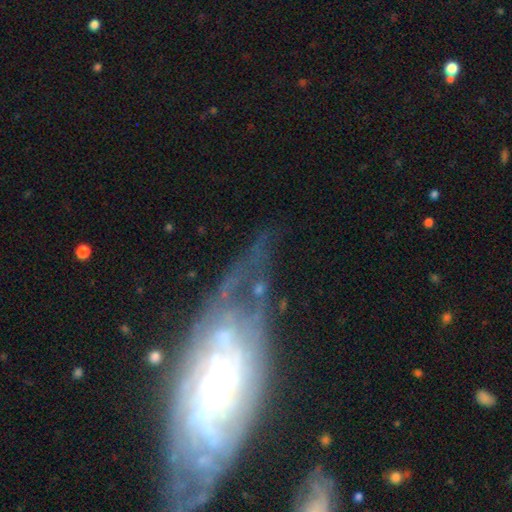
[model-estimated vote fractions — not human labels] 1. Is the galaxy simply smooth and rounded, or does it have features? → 75% featured or disk, 15% smooth, 10% star or artifact.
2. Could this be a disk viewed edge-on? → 86% no, 14% yes.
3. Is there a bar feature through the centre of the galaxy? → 66% no, 25% weak, 8% strong.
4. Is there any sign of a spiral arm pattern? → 83% yes, 17% no.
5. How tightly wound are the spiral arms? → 58% tight, 30% medium, 13% loose.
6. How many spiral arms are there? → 55% can't tell, 19% 2, 8% 3, 6% 4, 5% more than 4, 5% 1.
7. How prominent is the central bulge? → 45% small, 32% moderate, 11% large, 10% none, 3% dominant.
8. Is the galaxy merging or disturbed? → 55% none, 24% minor disturbance, 17% major disturbance, 4% merger.